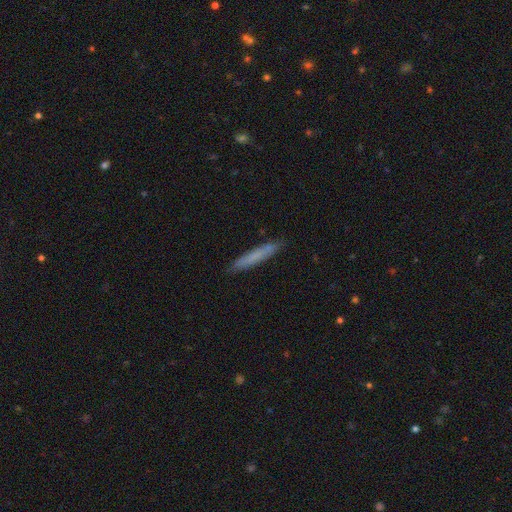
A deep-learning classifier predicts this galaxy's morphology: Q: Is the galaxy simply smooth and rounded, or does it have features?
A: smooth — 70%.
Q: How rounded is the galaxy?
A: cigar-shaped — 95%.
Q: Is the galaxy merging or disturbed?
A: none — 89%.